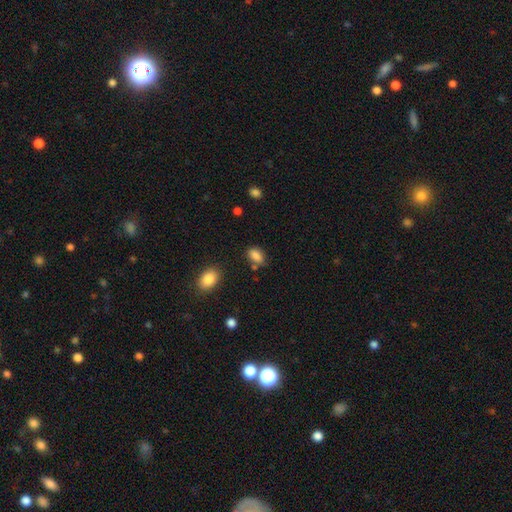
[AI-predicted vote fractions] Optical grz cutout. It shows a smooth galaxy with no disk features (85%) that is in between round and cigar-shaped (88%). Merging: none (69%).